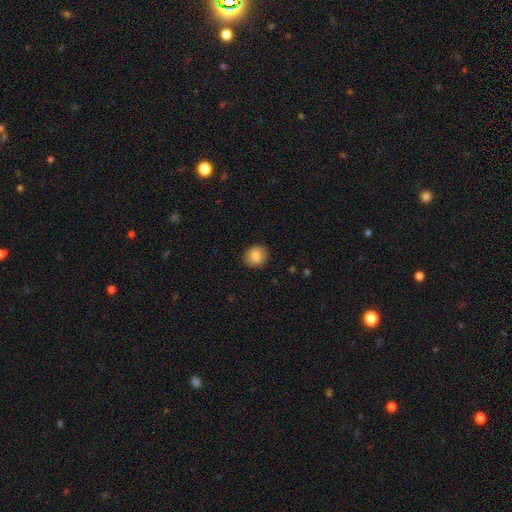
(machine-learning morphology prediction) A smooth galaxy with no disk features (85%) that is round (84%).

Vote fractions:
- Smooth or featured? smooth: 85% / star or artifact: 8% / featured or disk: 7%
- How rounded? round: 84% / in between: 15% / cigar-shaped: 1%
- Merging? none: 91% / minor disturbance: 6% / major disturbance: 2% / merger: 1%